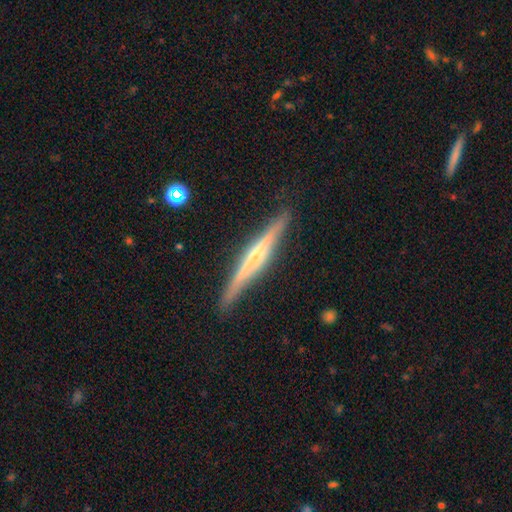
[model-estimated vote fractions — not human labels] This appears to be a featured or disk galaxy (75%) viewed edge-on (97%) with a rounded central bulge (52%). Merging: none (88%).